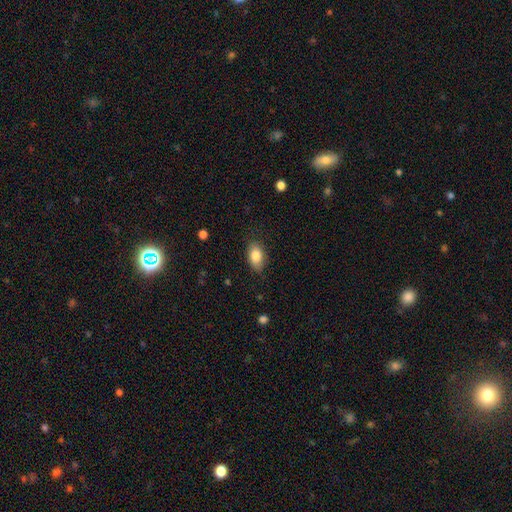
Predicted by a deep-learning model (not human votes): Smooth or featured: smooth — 83% (featured or disk — 10%)
How rounded: in between — 89% (round — 9%)
Merging: none — 81% (minor disturbance — 15%)